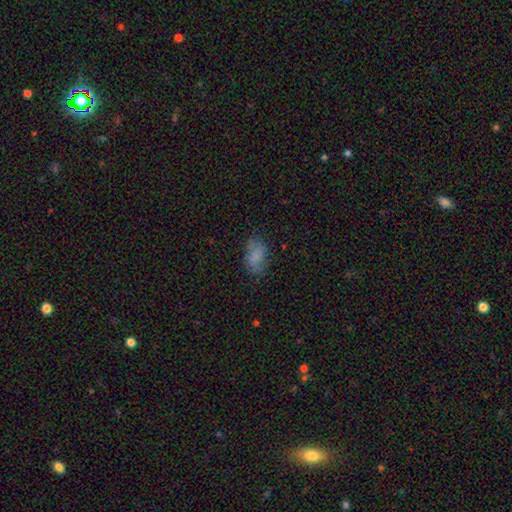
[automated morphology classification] Smooth or featured? smooth (75%)
How rounded? in between (90%)
Merging? none (66%)